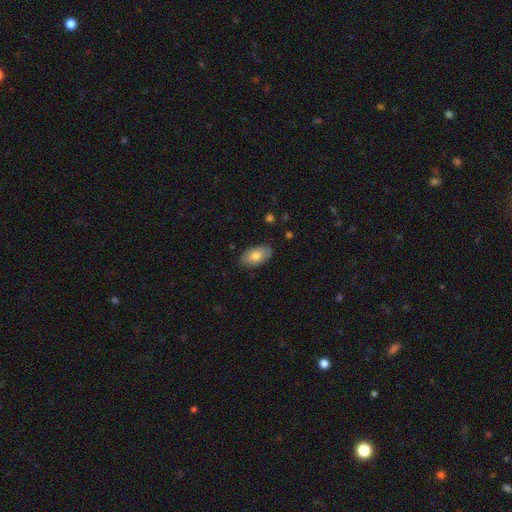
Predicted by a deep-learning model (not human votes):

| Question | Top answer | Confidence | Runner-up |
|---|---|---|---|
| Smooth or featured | smooth | 74% | featured or disk (20%) |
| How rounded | in between | 93% | round (5%) |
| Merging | none | 82% | minor disturbance (14%) |